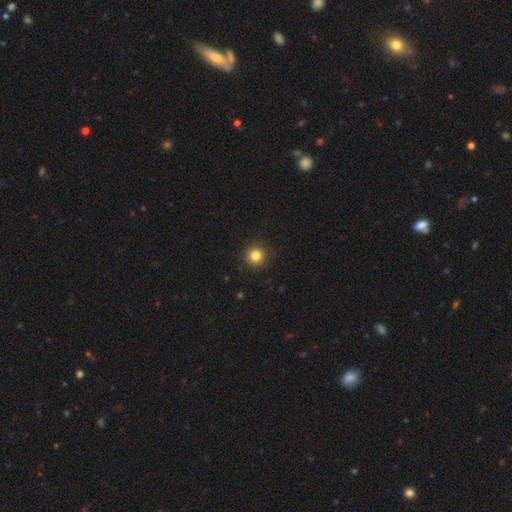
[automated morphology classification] smooth 82%, star or artifact 12%, featured or disk 5%. Down the decision tree: how rounded — round (95%); merging — none (92%).